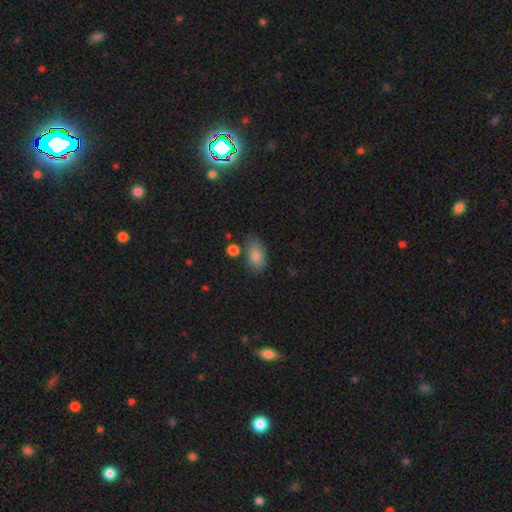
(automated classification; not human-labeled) Smooth or featured?
  - smooth: 84% *
  - featured or disk: 8%
  - star or artifact: 8%
How rounded?
  - in between: 90% *
  - round: 8%
  - cigar-shaped: 2%
Merging?
  - none: 62% *
  - minor disturbance: 24%
  - major disturbance: 7%
  - merger: 6%